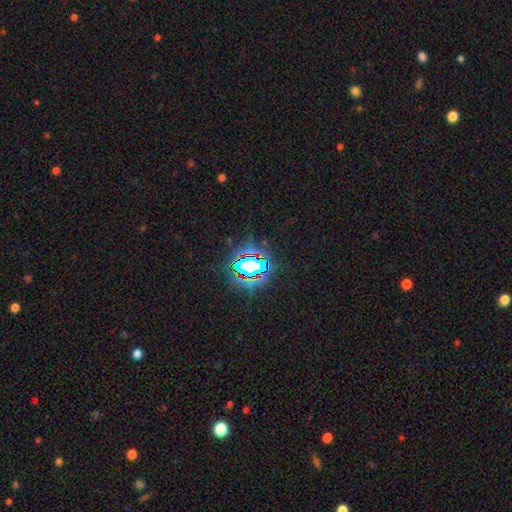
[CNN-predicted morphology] Smooth or featured? star or artifact (82%)